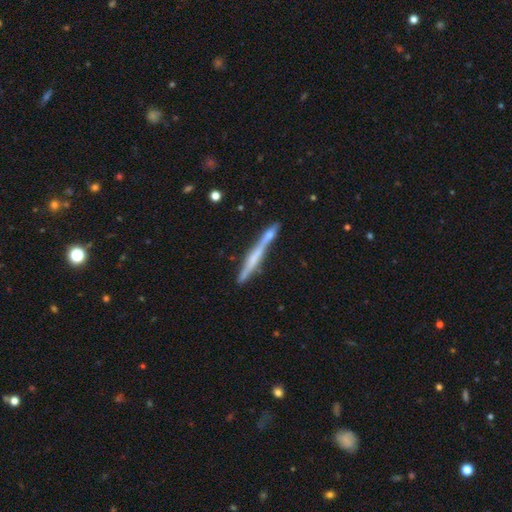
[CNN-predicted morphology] Q: Smooth or featured?
A: featured or disk (62%); runner-up: smooth (32%)
Q: Edge-on disk?
A: yes (97%); runner-up: no (3%)
Q: Edge-on bulge?
A: none (57%); runner-up: rounded (28%)
Q: Merging?
A: none (73%); runner-up: minor disturbance (14%)